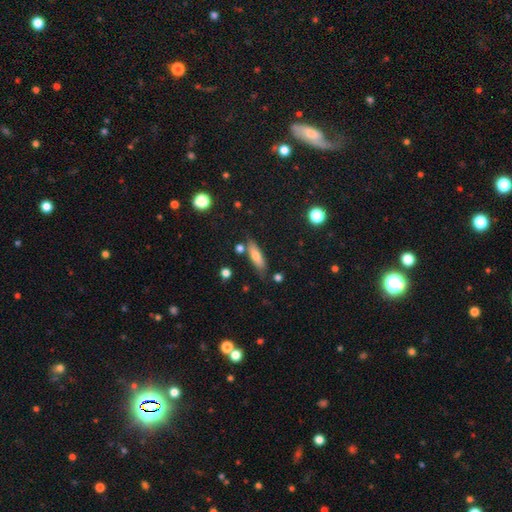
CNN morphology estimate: smooth 69%, featured or disk 23%, star or artifact 8%. Down the decision tree: how rounded — cigar-shaped (52%); merging — none (74%).